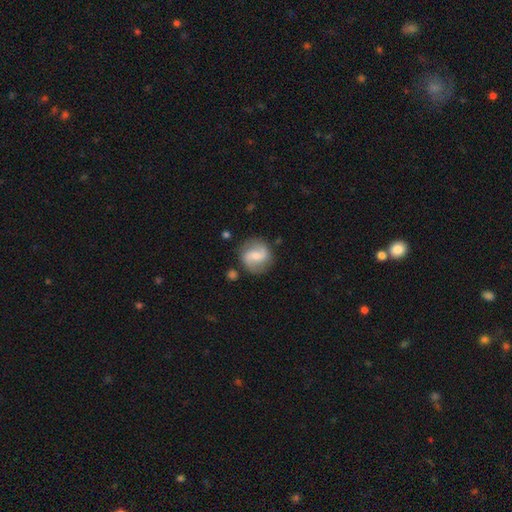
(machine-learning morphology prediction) This is likely a featured or disk galaxy (69%). It is clearly not viewed edge-on (98%). Bar: marginally weak (45%). Spiral arm pattern: clearly yes (92%). Spiral arm count: clearly 2 (91%). Spiral winding: possibly loose (46%). Central bulge: possibly small (49%). Merging: clearly none (82%).